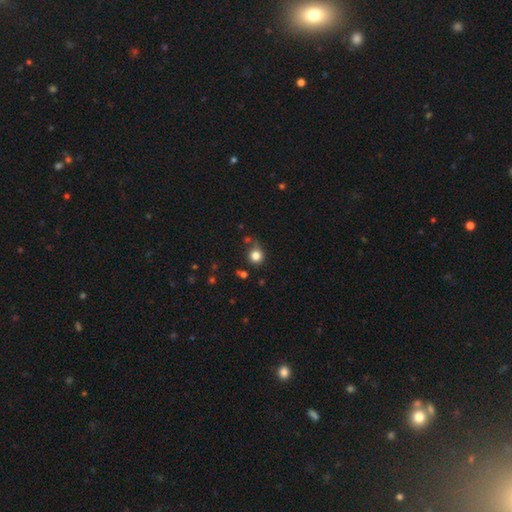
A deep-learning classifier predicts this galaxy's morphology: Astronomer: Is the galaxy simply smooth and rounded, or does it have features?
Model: smooth — 82%.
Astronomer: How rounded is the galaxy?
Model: round — 89%.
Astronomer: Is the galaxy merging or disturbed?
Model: none — 64%.